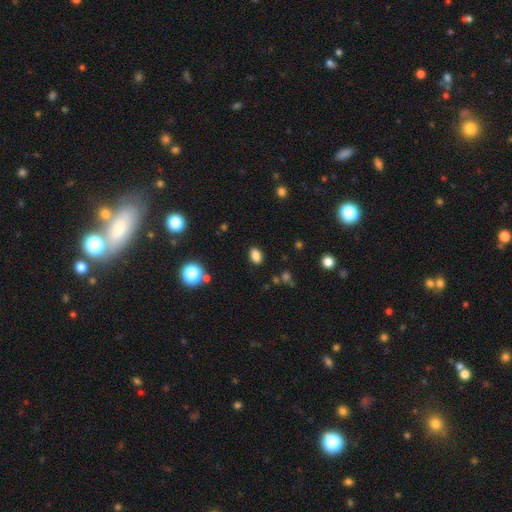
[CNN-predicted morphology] Overall: smooth (82%). How rounded: in between (80%). Merging: none (87%).